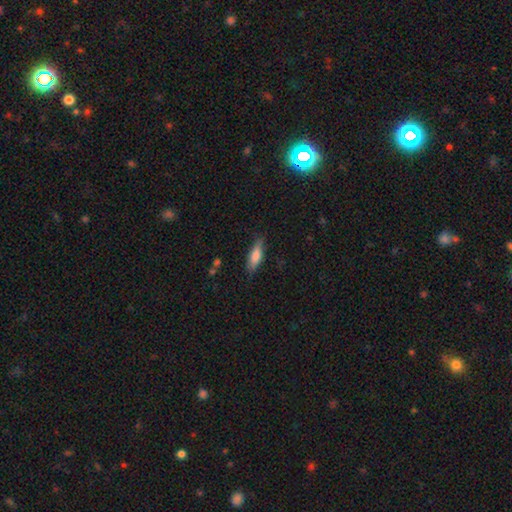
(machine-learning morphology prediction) Smooth or featured? Predicted: smooth (p=0.72). How rounded? Predicted: cigar-shaped (p=0.53). Merging? Predicted: none (p=0.81).